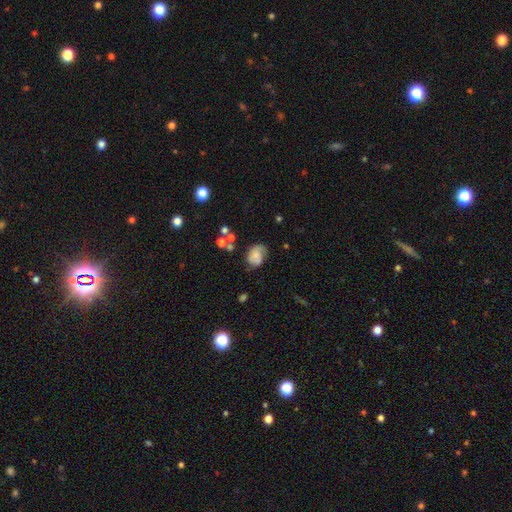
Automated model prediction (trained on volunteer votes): smooth_or_featured: smooth (p=0.54) [alt: featured or disk p=0.36]
how_rounded: in between (p=0.65) [alt: round p=0.34]
merging: none (p=0.45) [alt: minor disturbance p=0.32]